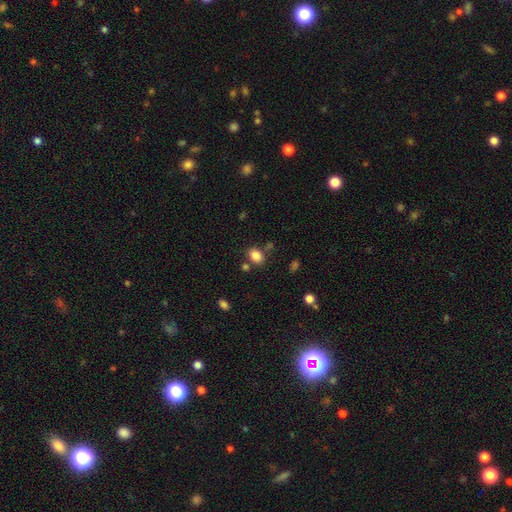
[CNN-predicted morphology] Smooth or featured: smooth — 84% (star or artifact — 10%)
How rounded: in between — 70% (round — 29%)
Merging: none — 74% (minor disturbance — 12%)